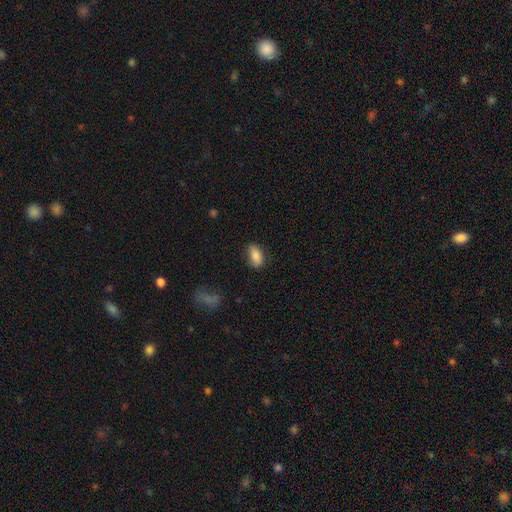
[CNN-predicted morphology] type=smooth (83%); roundness=in between (88%); merging=none (77%).